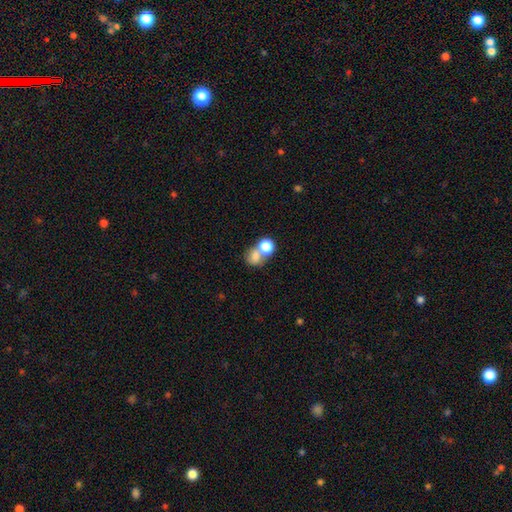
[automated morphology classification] The model was most divided on "merging": merger: 59%, none: 30%, minor disturbance: 7%, major disturbance: 4%. More confident: smooth or featured — smooth (76%); how rounded — round (67%).